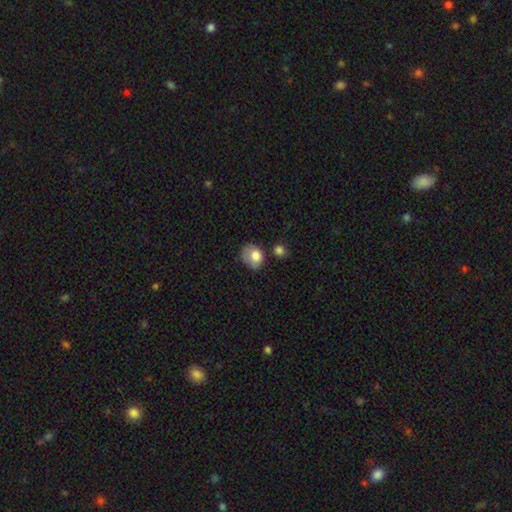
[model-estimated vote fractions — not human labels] smooth-or-featured: smooth: 77% | featured or disk: 14% | star or artifact: 8%
  how-rounded: in between: 54% | round: 45% | cigar-shaped: 1%
  merging: none: 42% | minor disturbance: 34% | major disturbance: 14% | merger: 10%